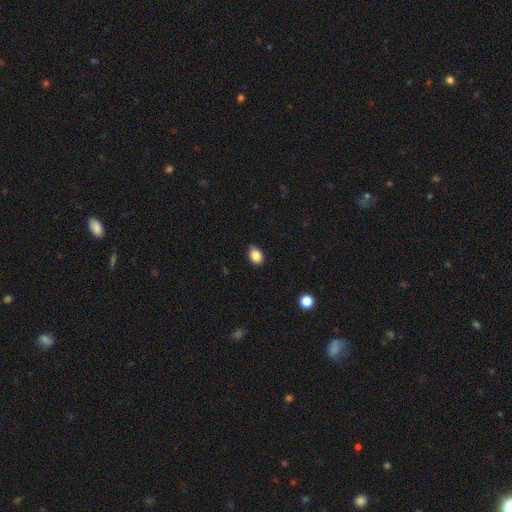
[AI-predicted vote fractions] Smooth or featured? Predicted: smooth (p=0.85). How rounded? Predicted: in between (p=0.73). Merging? Predicted: none (p=0.80).